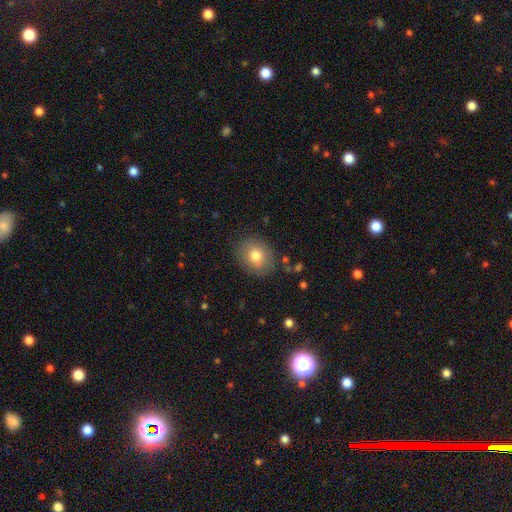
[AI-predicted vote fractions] Morphology: type=smooth (75%); roundness=round (58%); merging=none (83%).